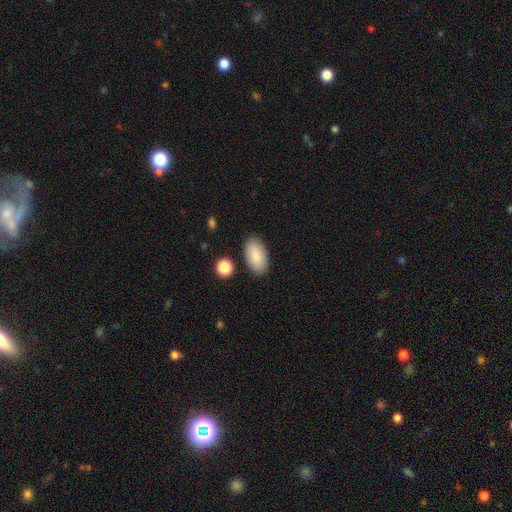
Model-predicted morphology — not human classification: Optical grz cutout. It shows a smooth galaxy with no disk features (88%) that is in between round and cigar-shaped (95%). Merging: none (86%).